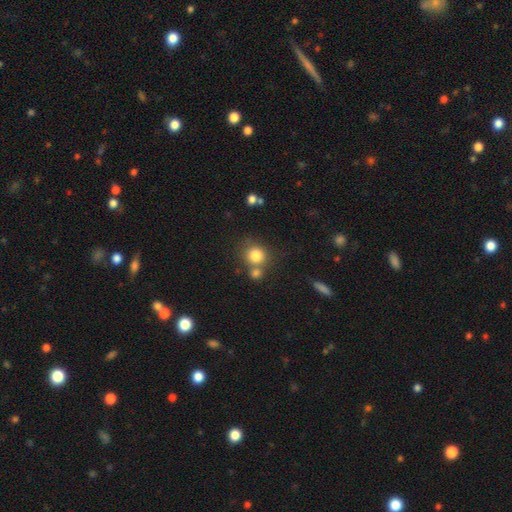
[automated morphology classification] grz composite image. It shows a smooth galaxy with no disk features (81%) that is round (85%). Merging: none (56%).